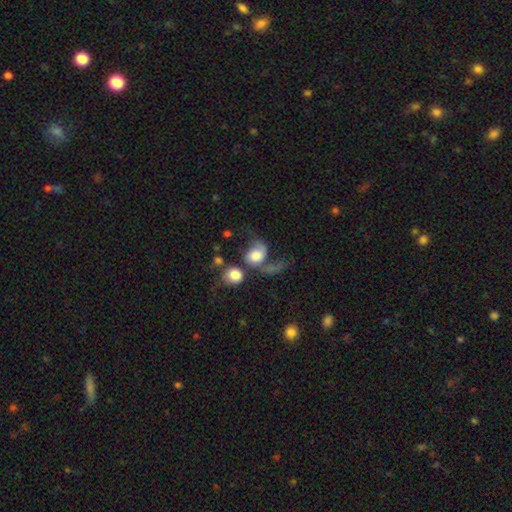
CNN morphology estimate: type=featured or disk (47%); merging=merger (39%).